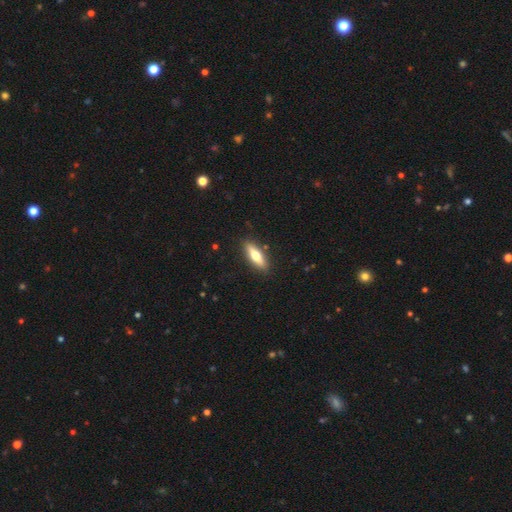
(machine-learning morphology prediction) This is likely a smooth galaxy (62%). How rounded: possibly cigar-shaped (51%). Merging: clearly none (88%).